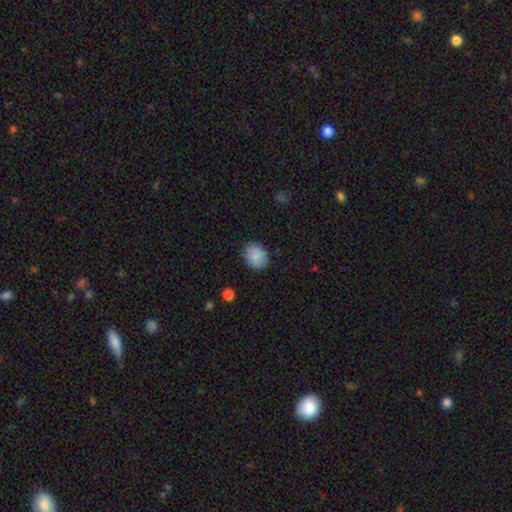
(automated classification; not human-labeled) Overall: smooth (87%). How rounded: in between (58%; round 41%). Merging: none (84%).